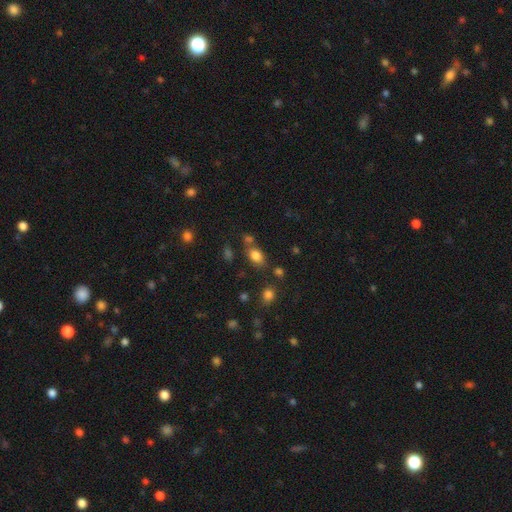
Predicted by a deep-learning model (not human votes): smooth-or-featured: smooth: 81% | star or artifact: 11% | featured or disk: 7%
  how-rounded: in between: 79% | round: 19% | cigar-shaped: 2%
  merging: none: 66% | minor disturbance: 15% | merger: 14% | major disturbance: 5%